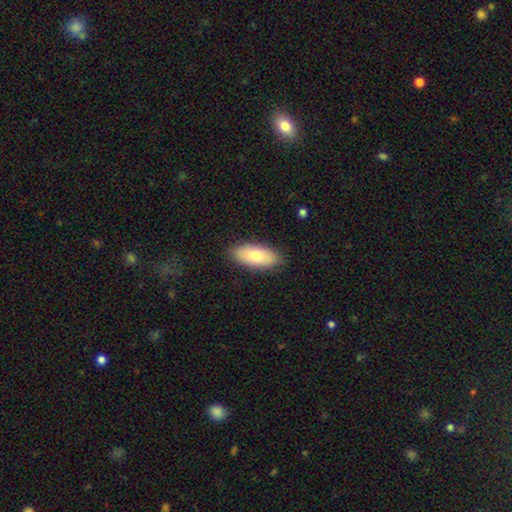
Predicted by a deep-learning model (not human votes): Overall: smooth (80%). How rounded: in between (88%). Merging: none (86%).